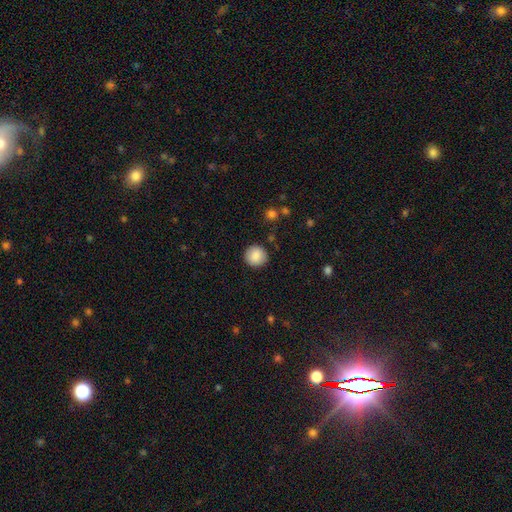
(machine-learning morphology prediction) smooth-or-featured: smooth: 87% | star or artifact: 8% | featured or disk: 5%
  how-rounded: round: 94% | in between: 5% | cigar-shaped: 1%
  merging: none: 90% | minor disturbance: 6% | major disturbance: 2% | merger: 1%